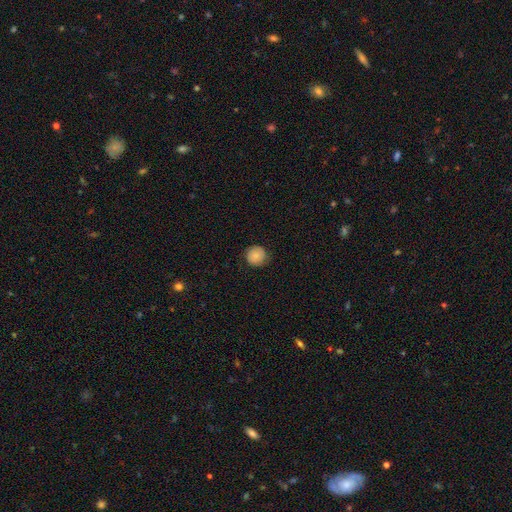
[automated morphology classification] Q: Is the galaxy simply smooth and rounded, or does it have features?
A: smooth — 82%.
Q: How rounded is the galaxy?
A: round — 93%.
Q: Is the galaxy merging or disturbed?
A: none — 84%.